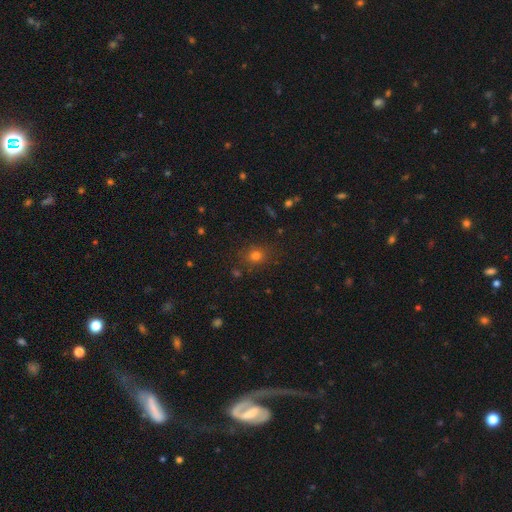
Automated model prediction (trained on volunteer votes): Smooth or featured?
  - smooth: 75% *
  - star or artifact: 18%
  - featured or disk: 8%
How rounded?
  - round: 73% *
  - in between: 26%
  - cigar-shaped: 1%
Merging?
  - none: 82% *
  - minor disturbance: 11%
  - major disturbance: 4%
  - merger: 3%